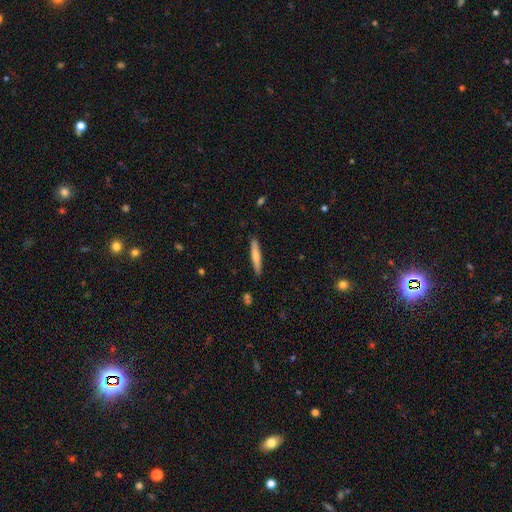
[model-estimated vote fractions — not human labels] Q: Smooth or featured?
A: smooth (66%); runner-up: featured or disk (28%)
Q: How rounded?
A: cigar-shaped (93%); runner-up: in between (6%)
Q: Merging?
A: none (88%); runner-up: minor disturbance (9%)